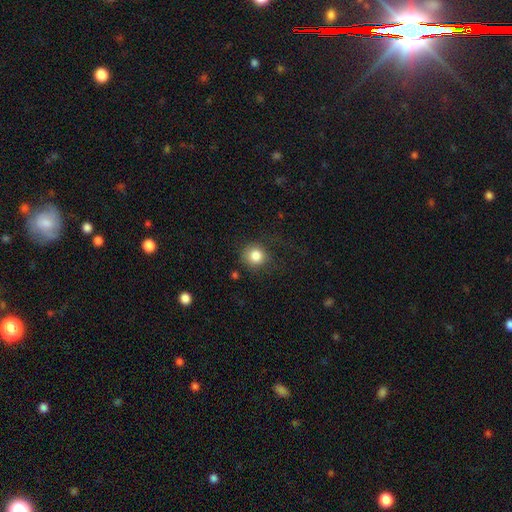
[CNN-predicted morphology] Smooth or featured? Predicted: smooth (p=0.84). How rounded? Predicted: round (p=0.89). Merging? Predicted: none (p=0.74).